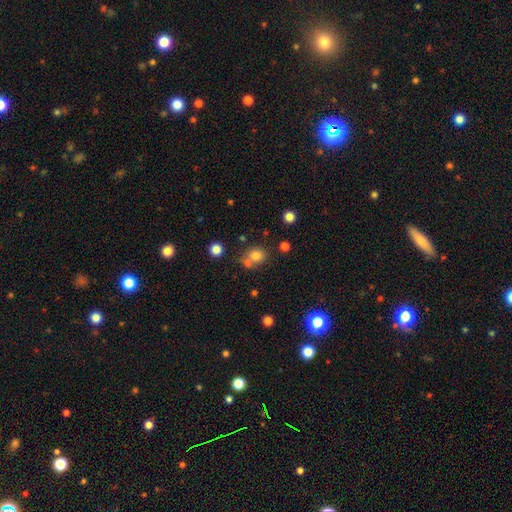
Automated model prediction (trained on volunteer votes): A smooth galaxy with no disk features (77%) that is round (70%).

Vote fractions:
- Smooth or featured? smooth: 77% / star or artifact: 14% / featured or disk: 9%
- How rounded? round: 70% / in between: 29% / cigar-shaped: 1%
- Merging? none: 57% / merger: 28% / minor disturbance: 11% / major disturbance: 4%